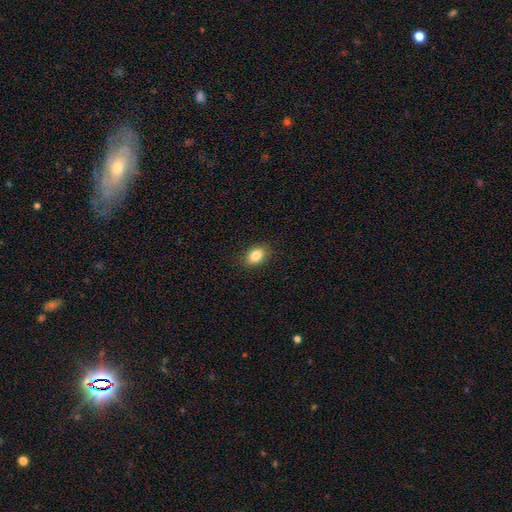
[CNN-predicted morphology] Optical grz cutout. It shows a smooth galaxy with no disk features (85%) that is in between round and cigar-shaped (78%). Merging: none (87%).